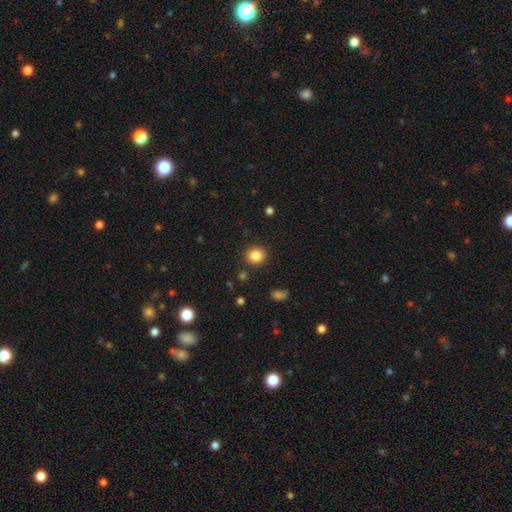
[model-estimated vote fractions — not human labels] smooth 85%, star or artifact 10%, featured or disk 5%. Down the decision tree: how rounded — round (85%); merging — none (89%).